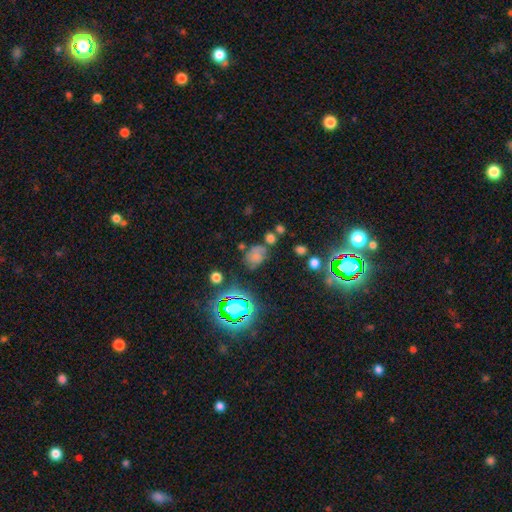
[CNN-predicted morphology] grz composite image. It shows a smooth galaxy with no disk features (58%) that is in between round and cigar-shaped (65%). Merging: none (53%).